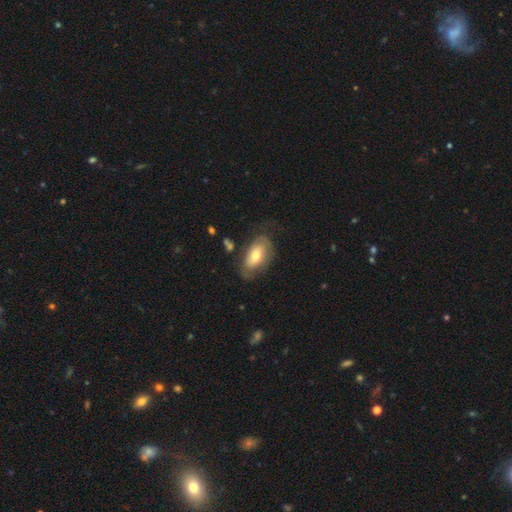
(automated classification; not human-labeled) smooth 60%, featured or disk 34%, star or artifact 6%. Down the decision tree: how rounded — in between (91%); merging — none (59%).